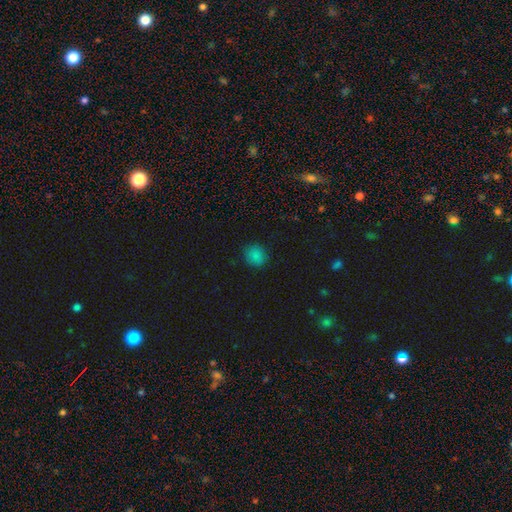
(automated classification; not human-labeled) The model was most divided on "how rounded": round: 81%, in between: 18%, cigar-shaped: 1%. More confident: merging — none (87%); smooth or featured — smooth (83%).